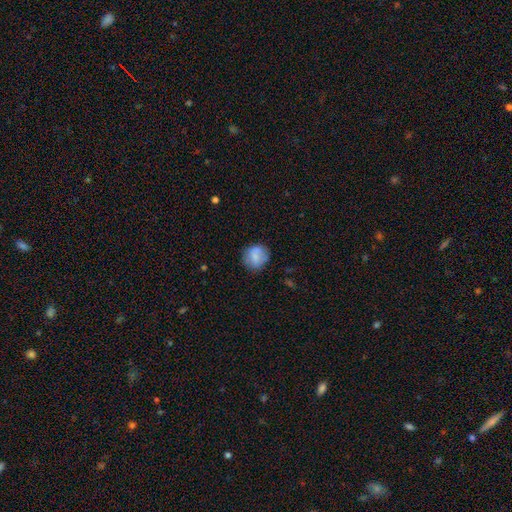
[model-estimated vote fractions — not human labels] smooth 74%, featured or disk 18%, star or artifact 8%. Down the decision tree: how rounded — round (81%); merging — none (70%).